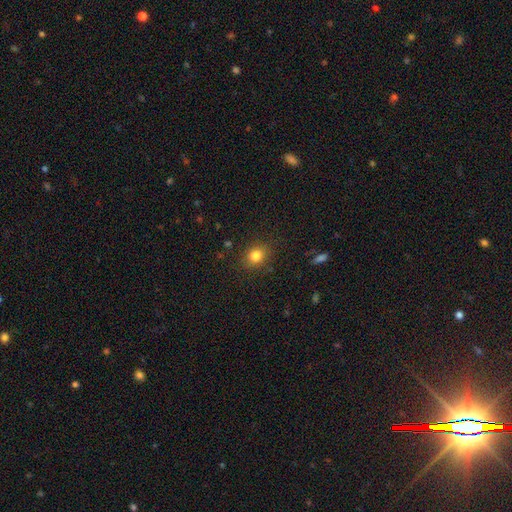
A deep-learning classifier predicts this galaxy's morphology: Q: Smooth or featured?
A: smooth (82%); runner-up: star or artifact (12%)
Q: How rounded?
A: round (64%); runner-up: in between (35%)
Q: Merging?
A: none (86%); runner-up: minor disturbance (10%)